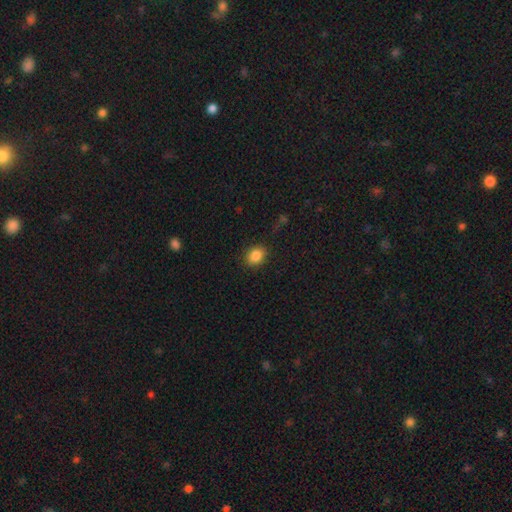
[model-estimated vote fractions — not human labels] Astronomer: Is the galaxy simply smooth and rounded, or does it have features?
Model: smooth — 86%.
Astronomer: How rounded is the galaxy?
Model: round — 50% (runner-up: in between, 49%).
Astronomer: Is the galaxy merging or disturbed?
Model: none — 86%.